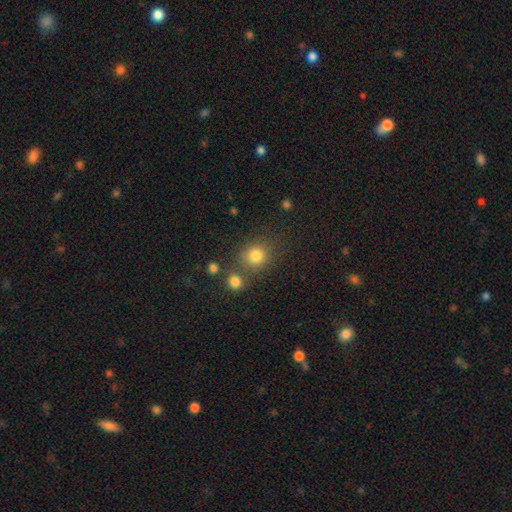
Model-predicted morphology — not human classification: Overall: smooth (79%). How rounded: round (81%). Merging: none (69%).